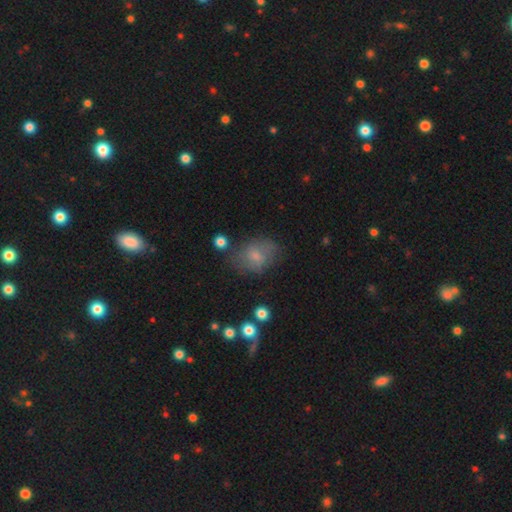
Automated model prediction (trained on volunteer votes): Q: Smooth or featured?
A: smooth (65%); runner-up: featured or disk (25%)
Q: How rounded?
A: in between (70%); runner-up: round (28%)
Q: Merging?
A: none (58%); runner-up: minor disturbance (25%)